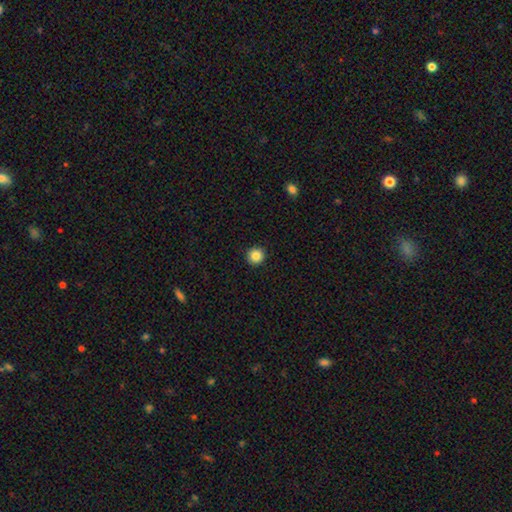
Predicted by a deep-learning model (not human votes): A smooth galaxy with no disk features (86%) that is round (95%). Merging: none (93%).